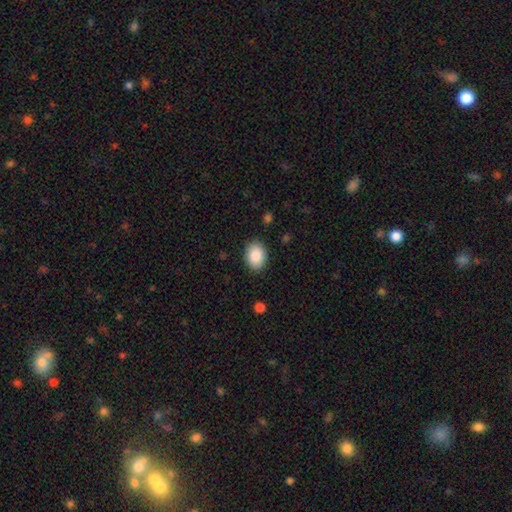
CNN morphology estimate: type=smooth (88%); roundness=in between (71%); merging=none (88%).